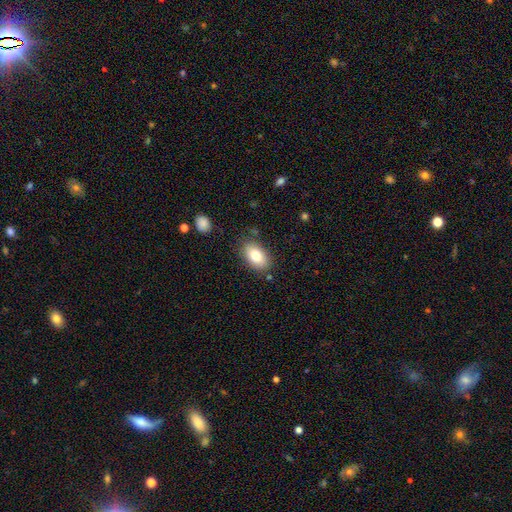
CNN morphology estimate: A smooth galaxy with no disk features (81%) that is in between round and cigar-shaped (91%). Merging: none (82%).